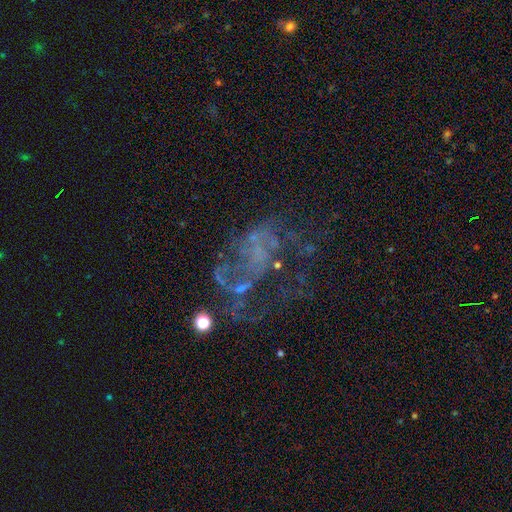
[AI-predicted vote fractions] A featured or disk galaxy (57%) with no bar (88%), no spiral arms (76%) and no central bulge (79%). Merging: major disturbance (45%).